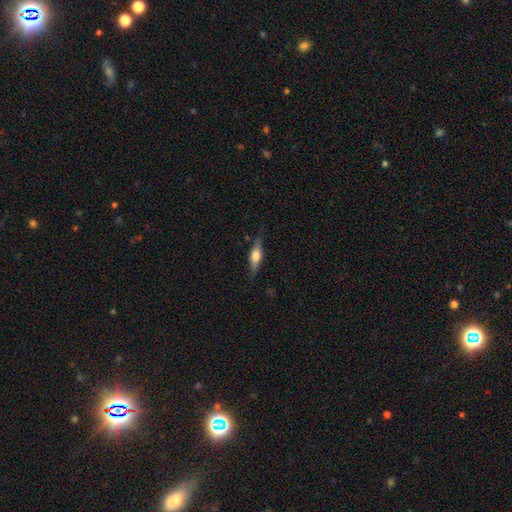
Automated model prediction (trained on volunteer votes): A featured or disk galaxy (49%).

Vote fractions:
- Smooth or featured? featured or disk: 49% / smooth: 45% / star or artifact: 6%
- Merging? none: 81% / minor disturbance: 14% / major disturbance: 3% / merger: 1%